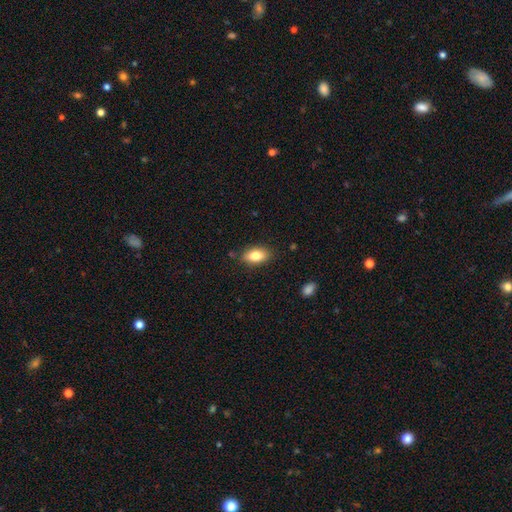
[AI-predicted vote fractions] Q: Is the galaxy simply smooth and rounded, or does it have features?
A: smooth — 81%.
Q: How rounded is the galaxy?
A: in between — 89%.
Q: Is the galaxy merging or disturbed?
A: none — 84%.